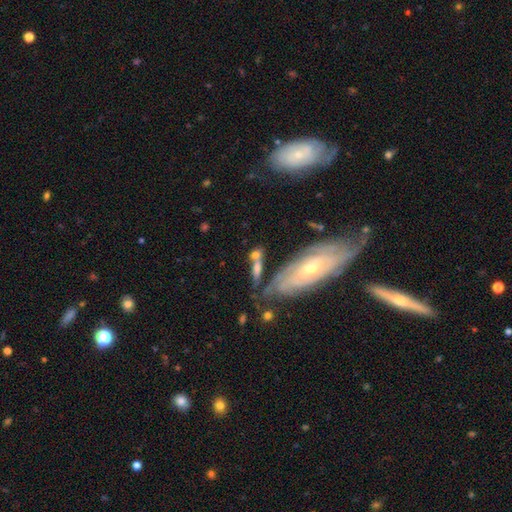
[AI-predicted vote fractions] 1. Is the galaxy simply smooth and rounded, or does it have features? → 55% smooth, 36% featured or disk, 9% star or artifact.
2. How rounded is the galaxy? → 51% in between, 36% cigar-shaped, 13% round.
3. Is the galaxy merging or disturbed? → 48% none, 27% merger, 16% minor disturbance, 8% major disturbance.